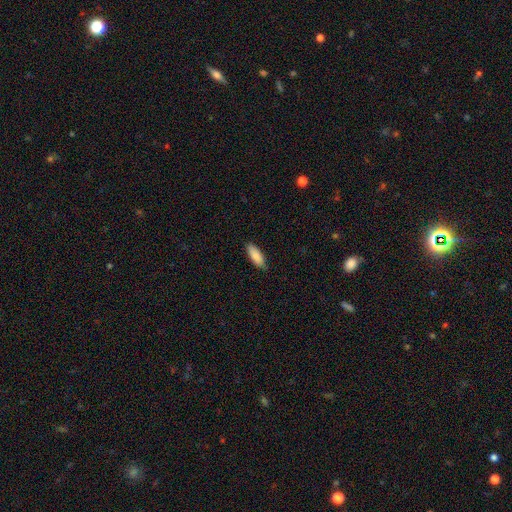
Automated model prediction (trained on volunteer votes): A smooth galaxy with no disk features (88%) that is in between round and cigar-shaped (66%). Merging: none (86%).